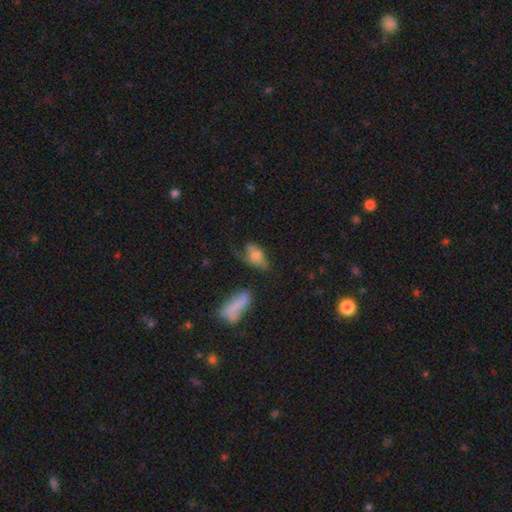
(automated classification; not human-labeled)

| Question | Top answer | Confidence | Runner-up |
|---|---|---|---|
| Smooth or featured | smooth | 64% | featured or disk (25%) |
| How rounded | in between | 80% | cigar-shaped (12%) |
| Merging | none | 39% | minor disturbance (29%) |